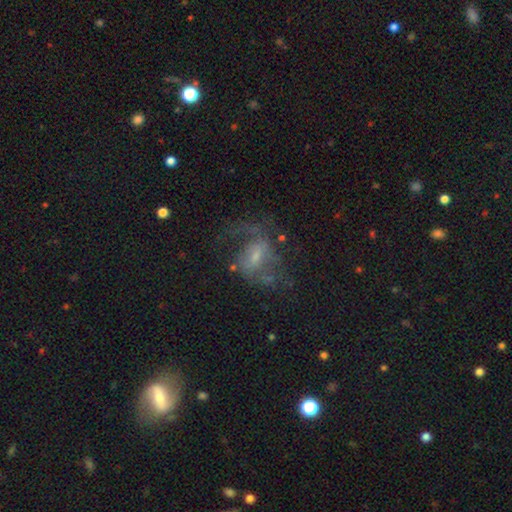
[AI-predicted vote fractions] Smooth or featured?
  - featured or disk: 64% *
  - smooth: 25%
  - star or artifact: 11%
Edge-on disk?
  - no: 96% *
  - yes: 4%
Bar?
  - weak: 50% *
  - no: 35%
  - strong: 15%
Spiral arms?
  - yes: 66% *
  - no: 34%
Bulge size?
  - small: 48% *
  - moderate: 35%
  - none: 12%
  - large: 4%
  - dominant: 1%
Merging?
  - major disturbance: 41% *
  - none: 35%
  - minor disturbance: 19%
  - merger: 5%